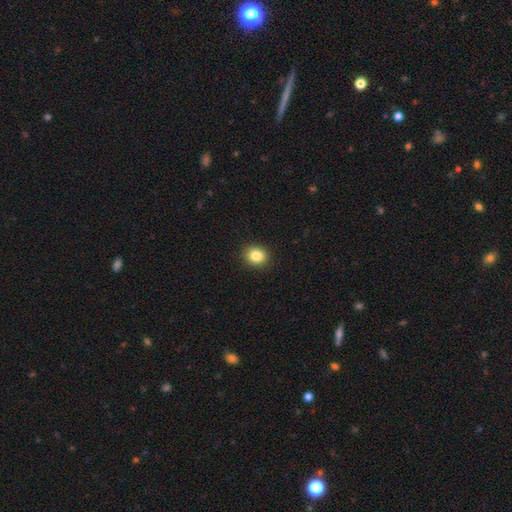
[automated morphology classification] Overall: smooth (85%). How rounded: round (67%; in between 32%). Merging: none (90%).